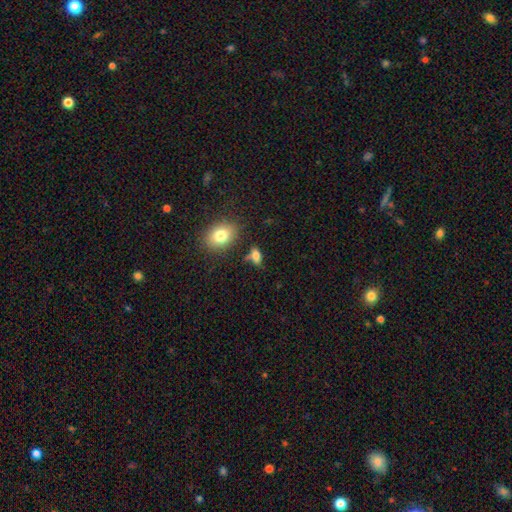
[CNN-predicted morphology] smooth 74%, featured or disk 14%, star or artifact 12%. Down the decision tree: how rounded — in between (77%); merging — none (64%).